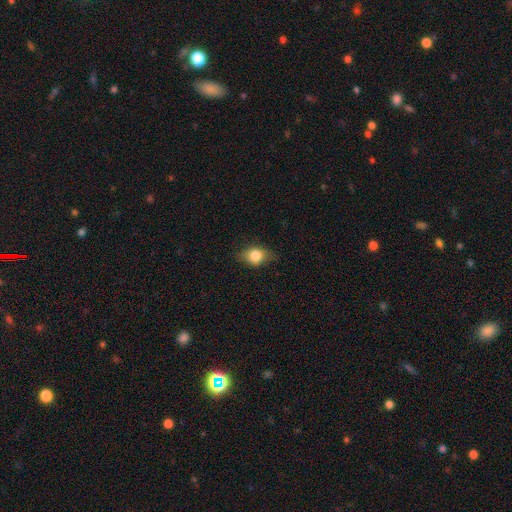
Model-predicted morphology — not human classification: Smooth or featured? smooth (76%)
How rounded? in between (67%)
Merging? none (73%)